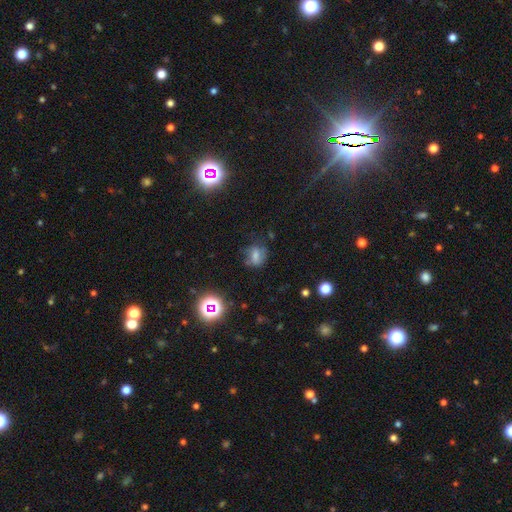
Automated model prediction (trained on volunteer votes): smooth-or-featured: smooth: 54% | featured or disk: 25% | star or artifact: 21%
  how-rounded: round: 53% | in between: 45% | cigar-shaped: 2%
  merging: none: 60% | minor disturbance: 25% | major disturbance: 12% | merger: 3%